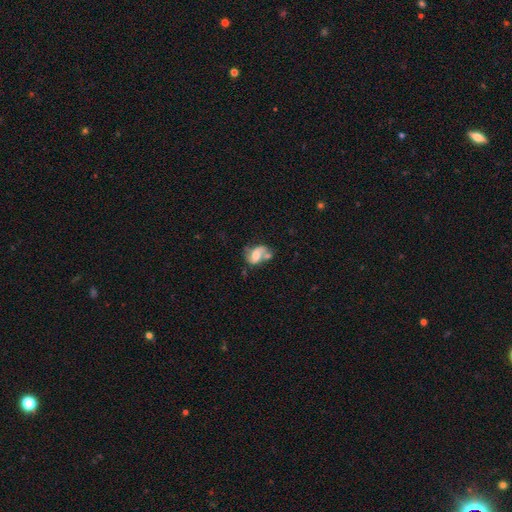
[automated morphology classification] The model was most divided on "merging": merger: 35%, none: 28%, minor disturbance: 20%, major disturbance: 17%. More confident: edge-on disk — no (97%); smooth or featured — featured or disk (51%).